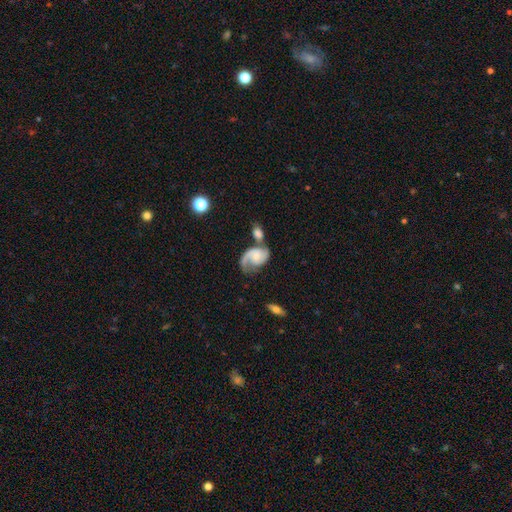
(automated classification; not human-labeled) Smooth or featured?
  - featured or disk: 77% *
  - smooth: 17%
  - star or artifact: 6%
Edge-on disk?
  - no: 97% *
  - yes: 3%
Bar?
  - no: 67% *
  - weak: 28%
  - strong: 5%
Spiral arms?
  - yes: 94% *
  - no: 6%
Spiral winding?
  - medium: 44% *
  - loose: 32%
  - tight: 24%
Spiral arm count?
  - 2: 58% *
  - 1: 34%
  - can't tell: 5%
  - 3: 1%
  - 4: 1%
  - more than 4: 1%
Bulge size?
  - small: 49% *
  - moderate: 29%
  - none: 15%
  - large: 5%
  - dominant: 2%
Merging?
  - merger: 34% *
  - none: 30%
  - major disturbance: 18%
  - minor disturbance: 18%